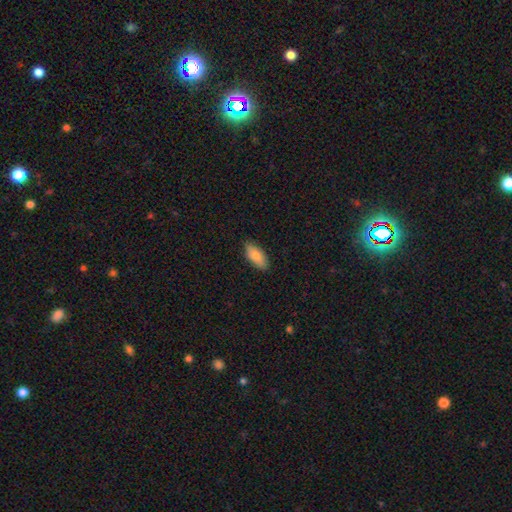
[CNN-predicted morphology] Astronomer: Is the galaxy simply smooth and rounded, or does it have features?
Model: smooth — 83%.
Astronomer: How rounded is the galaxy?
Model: in between — 84%.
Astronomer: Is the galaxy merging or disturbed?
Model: none — 84%.